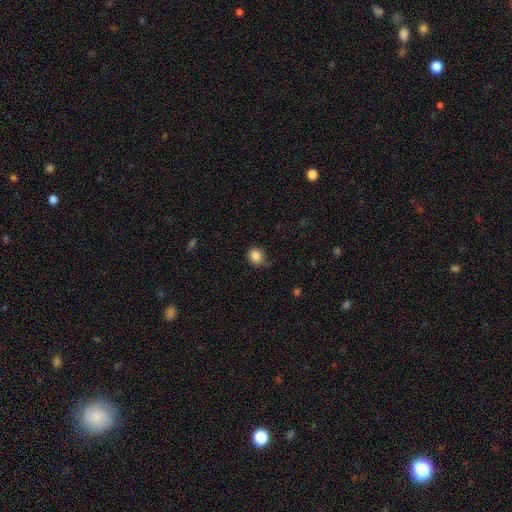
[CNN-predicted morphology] smooth 85%, star or artifact 10%, featured or disk 5%. Down the decision tree: how rounded — round (79%); merging — none (70%).